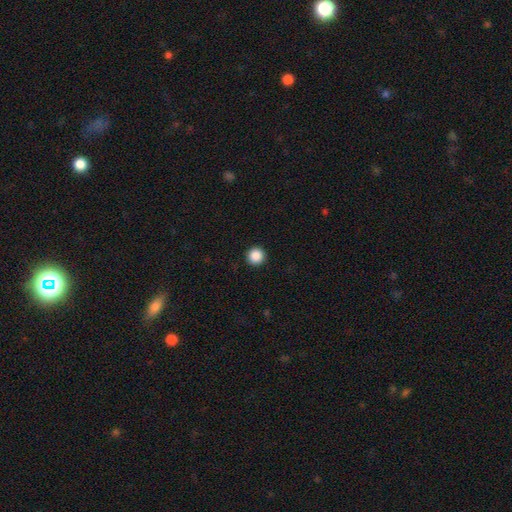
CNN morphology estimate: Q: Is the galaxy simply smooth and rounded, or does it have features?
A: smooth — 88%.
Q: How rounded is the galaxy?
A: round — 96%.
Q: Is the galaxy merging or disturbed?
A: none — 94%.